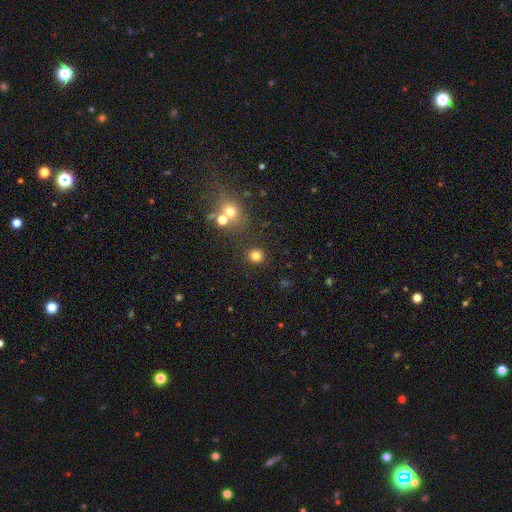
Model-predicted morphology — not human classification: smooth 79%, star or artifact 15%, featured or disk 6%. Down the decision tree: how rounded — round (88%); merging — none (86%).